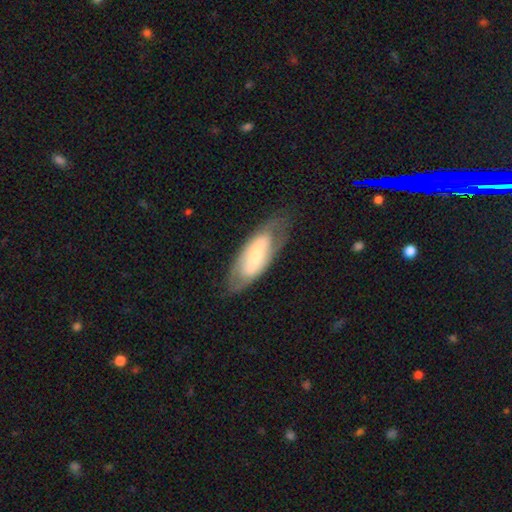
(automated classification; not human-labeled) Morphology: type=featured or disk (60%); edge-on=no (85%); bar=no (35%); spiral arms=yes (56%); bulge=small (52%); merging=none (71%).